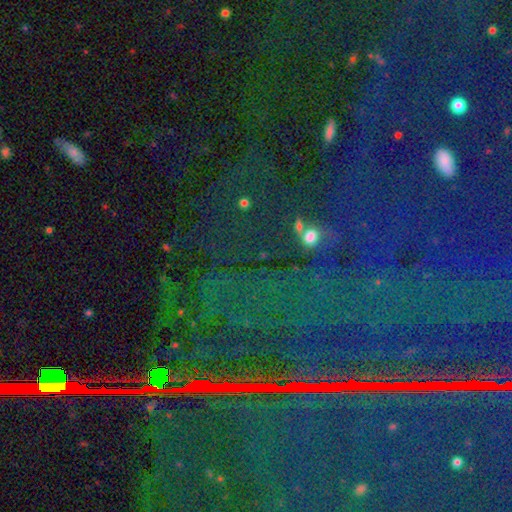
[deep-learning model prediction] Smooth or featured: star or artifact — 86% (smooth — 7%)